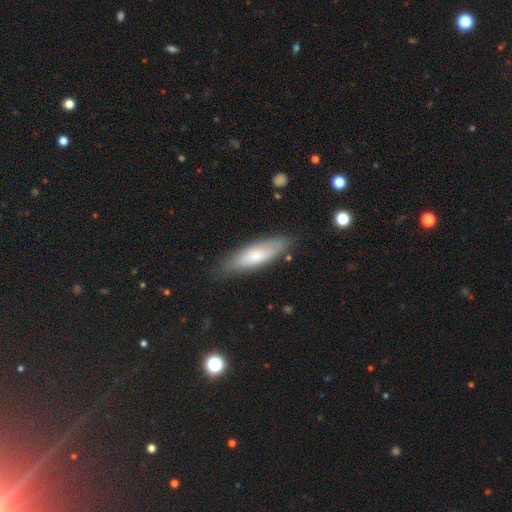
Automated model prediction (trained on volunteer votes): smooth_or_featured: smooth (p=0.73) [alt: featured or disk p=0.21]
how_rounded: cigar-shaped (p=0.58) [alt: in between p=0.41]
merging: none (p=0.82) [alt: minor disturbance p=0.13]